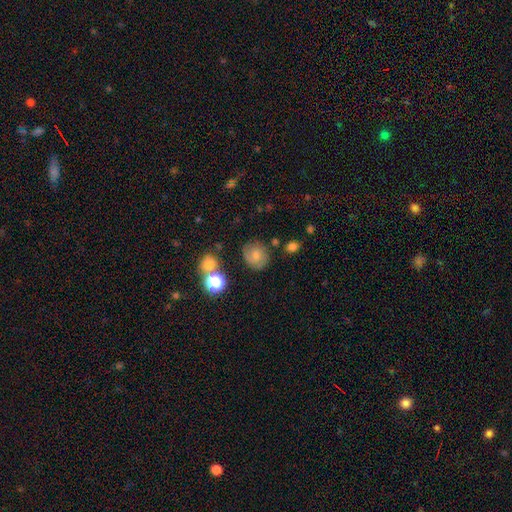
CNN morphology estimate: Smooth or featured: smooth — 60% (featured or disk — 27%)
How rounded: round — 80% (in between — 19%)
Merging: none — 73% (minor disturbance — 17%)